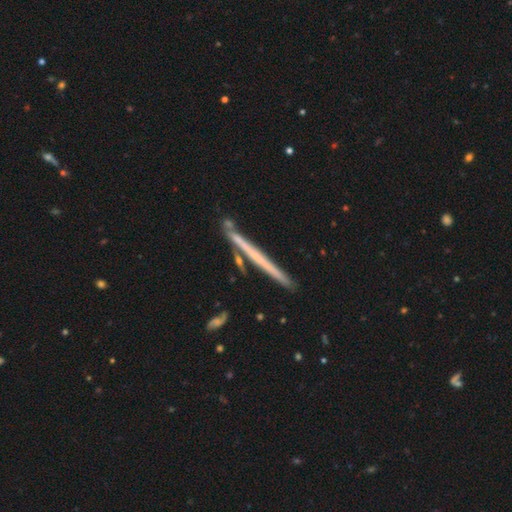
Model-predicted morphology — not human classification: smooth-or-featured: featured or disk: 58% | smooth: 36% | star or artifact: 6%
  disk-edge-on: yes: 97% | no: 3%
    edge-on-bulge: none: 90% | rounded: 7% | boxy: 3%
  merging: none: 86% | minor disturbance: 9% | merger: 4% | major disturbance: 2%